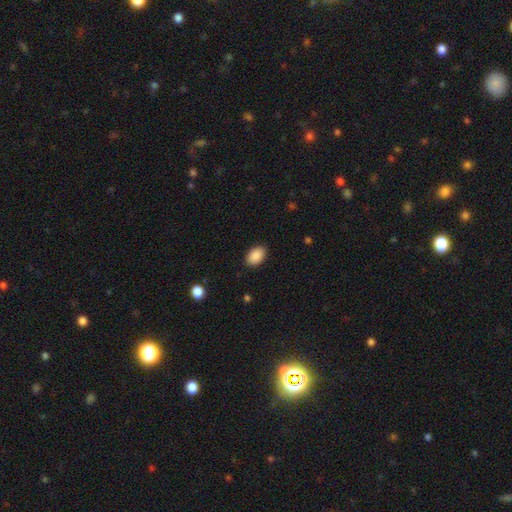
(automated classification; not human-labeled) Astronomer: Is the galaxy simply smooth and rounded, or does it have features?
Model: smooth — 90%.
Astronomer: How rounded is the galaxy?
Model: in between — 90%.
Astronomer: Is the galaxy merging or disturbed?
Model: none — 89%.